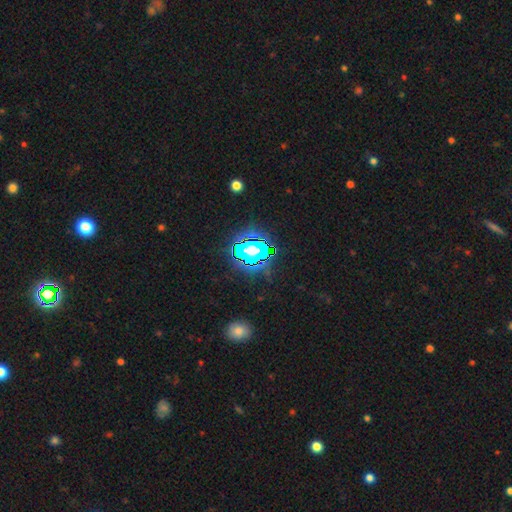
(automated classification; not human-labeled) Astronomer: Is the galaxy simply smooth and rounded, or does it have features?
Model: star or artifact — 78%.